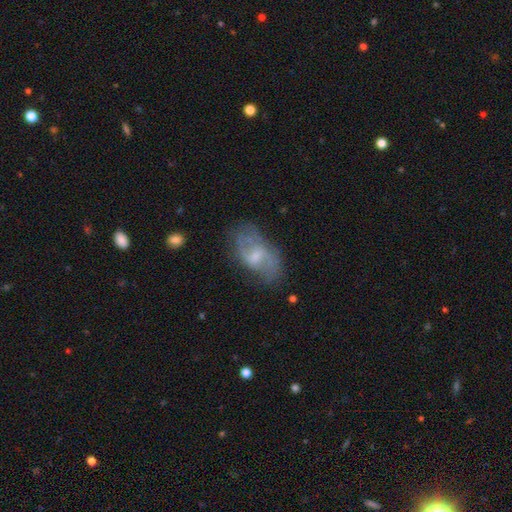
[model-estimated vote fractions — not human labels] Smooth or featured? Predicted: featured or disk (p=0.66). Edge-on disk? Predicted: no (p=0.94). Bar? Predicted: weak (p=0.54). Spiral arms? Predicted: yes (p=0.80). Bulge size? Predicted: small (p=0.50). Merging? Predicted: none (p=0.65).